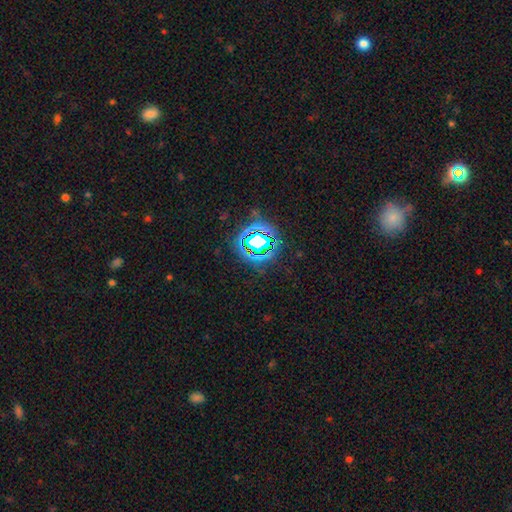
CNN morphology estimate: Smooth or featured? Predicted: star or artifact (p=0.79).